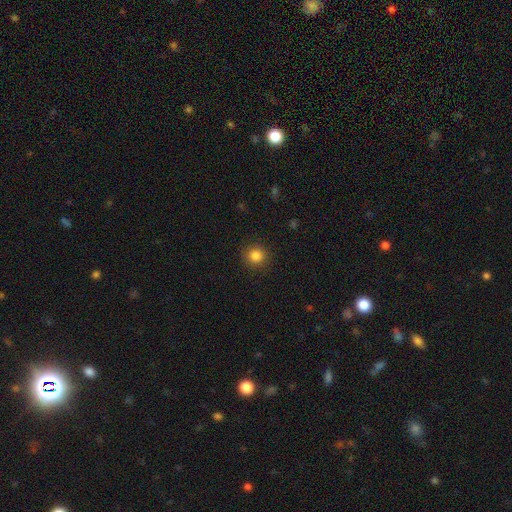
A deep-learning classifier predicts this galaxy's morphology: Smooth or featured? Predicted: smooth (p=0.84). How rounded? Predicted: round (p=0.91). Merging? Predicted: none (p=0.89).